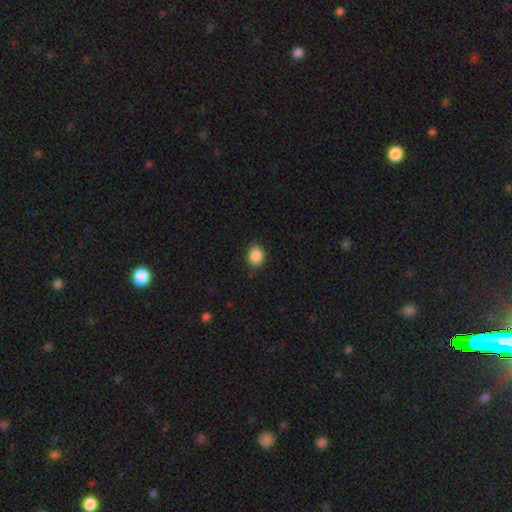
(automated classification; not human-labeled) Morphology: type=smooth (89%); roundness=in between (53%); merging=none (86%).